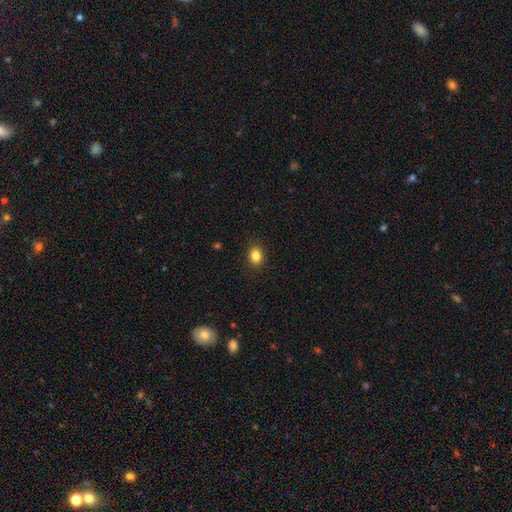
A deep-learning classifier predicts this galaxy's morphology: Smooth or featured? Predicted: smooth (p=0.85). How rounded? Predicted: in between (p=0.64). Merging? Predicted: none (p=0.90).